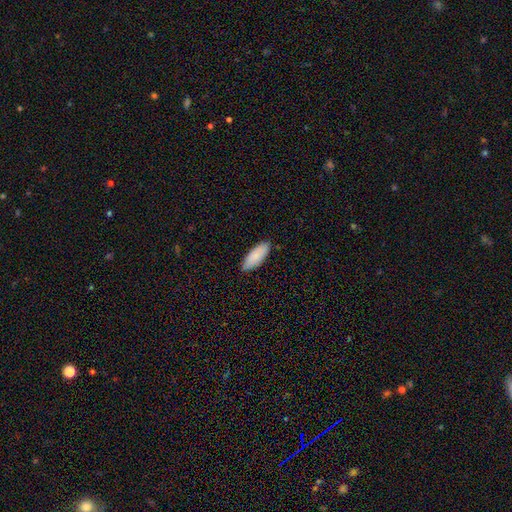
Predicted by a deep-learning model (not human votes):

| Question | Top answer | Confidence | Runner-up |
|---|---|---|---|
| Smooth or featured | smooth | 87% | featured or disk (7%) |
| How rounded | in between | 77% | cigar-shaped (22%) |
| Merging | none | 87% | minor disturbance (10%) |